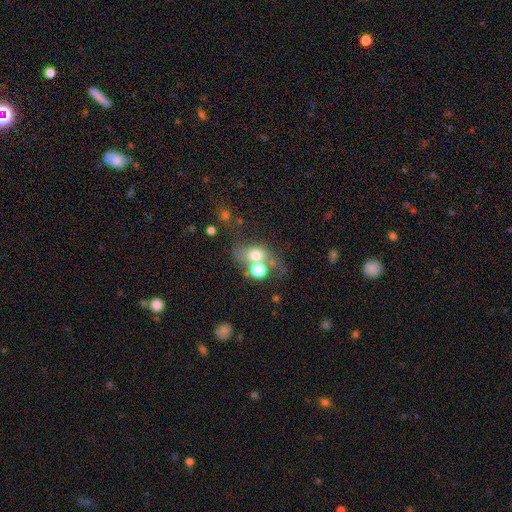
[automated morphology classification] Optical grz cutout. It shows a smooth galaxy with no disk features (63%) that is in between round and cigar-shaped (51%). Merging: merger (44%).